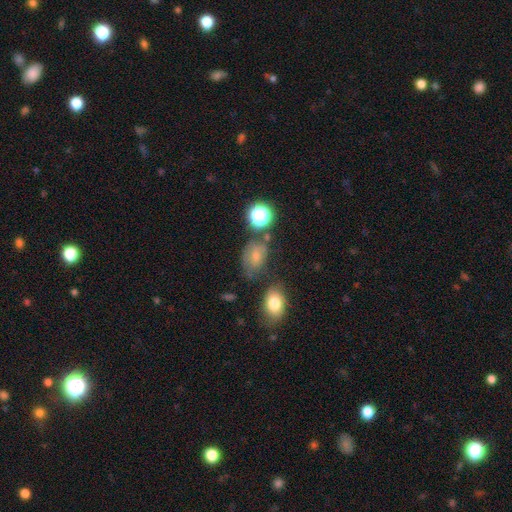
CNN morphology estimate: Smooth or featured? Predicted: smooth (p=0.64). How rounded? Predicted: in between (p=0.68). Merging? Predicted: none (p=0.52).